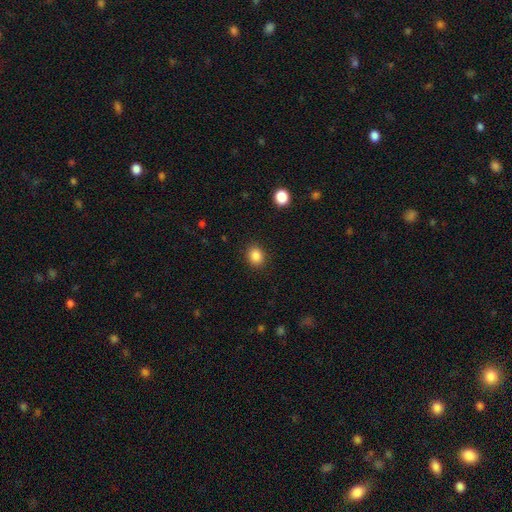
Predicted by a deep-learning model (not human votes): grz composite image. It shows a smooth galaxy with no disk features (86%) that is round (66%). Merging: none (89%).